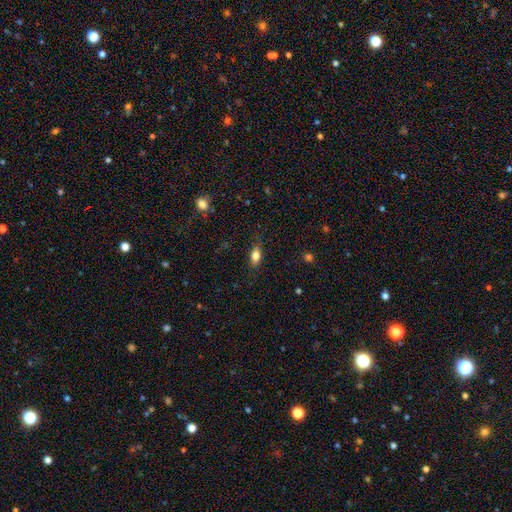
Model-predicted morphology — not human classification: smooth-or-featured: smooth: 77% | featured or disk: 14% | star or artifact: 9%
  how-rounded: in between: 79% | cigar-shaped: 13% | round: 8%
  merging: none: 78% | minor disturbance: 16% | major disturbance: 5% | merger: 1%